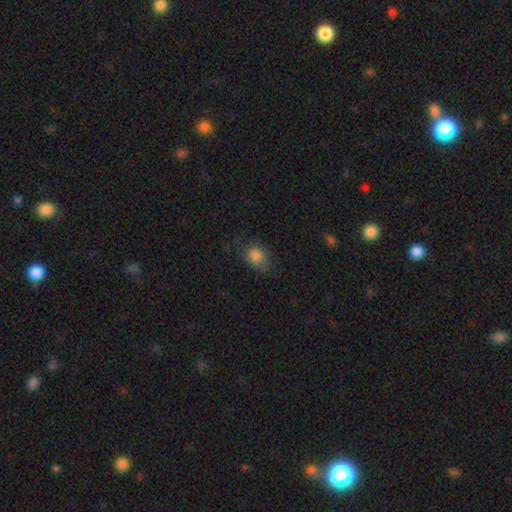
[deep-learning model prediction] Smooth or featured: smooth — 82% (star or artifact — 11%)
How rounded: in between — 52% (round — 47%)
Merging: none — 66% (minor disturbance — 23%)